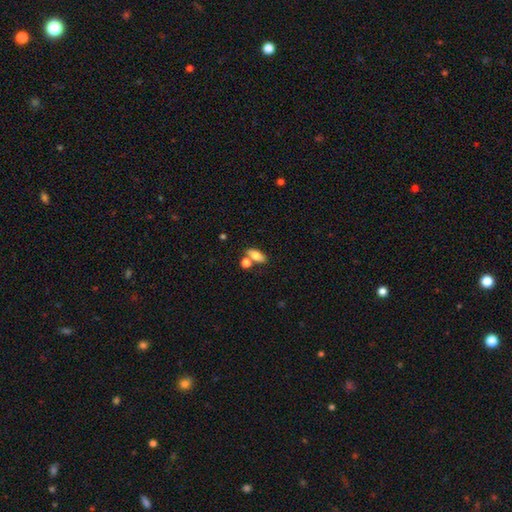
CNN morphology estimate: Smooth or featured? Predicted: smooth (p=0.73). How rounded? Predicted: in between (p=0.81). Merging? Predicted: none (p=0.58).